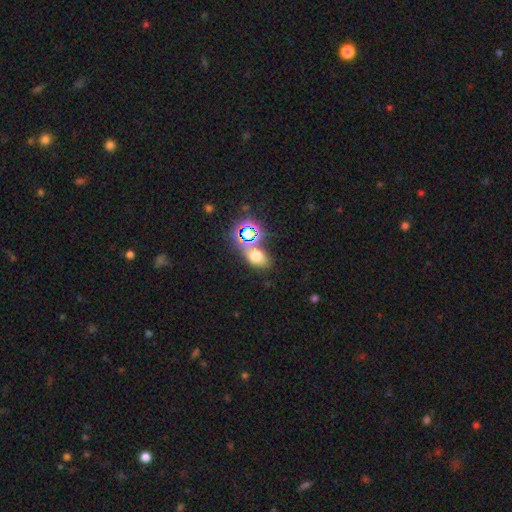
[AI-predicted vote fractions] The model was most divided on "smooth or featured": smooth: 58%, star or artifact: 31%, featured or disk: 11%. More confident: how rounded — in between (76%); merging — none (60%).